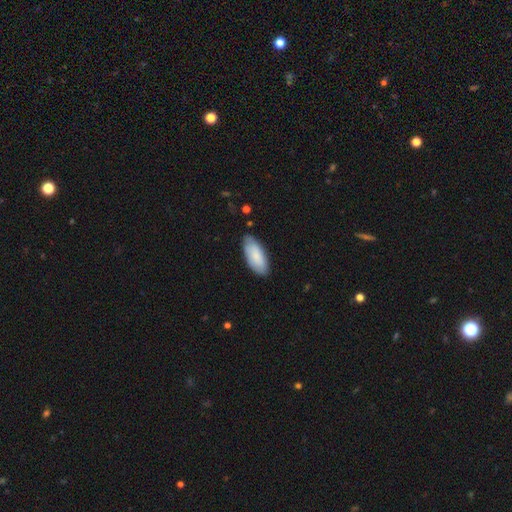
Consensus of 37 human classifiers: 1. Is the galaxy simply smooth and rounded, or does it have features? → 95% smooth, 5% featured or disk, 0% star or artifact.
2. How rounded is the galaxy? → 89% in between, 9% cigar-shaped, 3% round.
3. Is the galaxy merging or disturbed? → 92% none, 8% minor disturbance, 0% major disturbance, 0% merger.